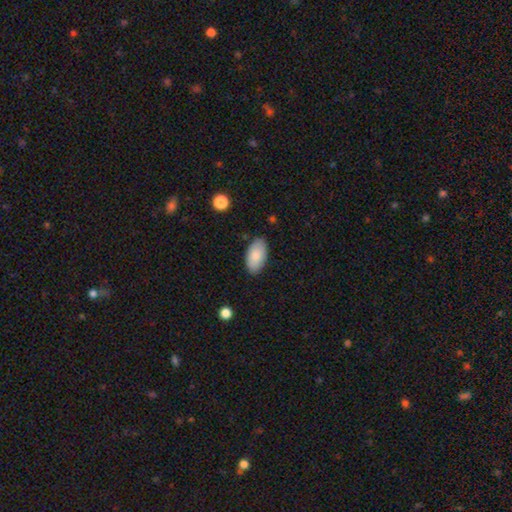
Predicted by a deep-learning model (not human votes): This is clearly a smooth galaxy (86%). How rounded: clearly in between (96%). Merging: clearly none (84%).